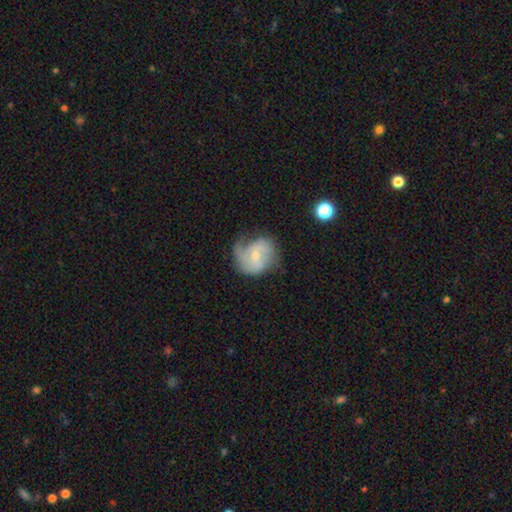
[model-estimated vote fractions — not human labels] smooth_or_featured: featured or disk (p=0.67) [alt: smooth p=0.26]
disk_edge_on: no (p=0.98) [alt: yes p=0.02]
bar: no (p=0.49) [alt: weak p=0.42]
has_spiral_arms: yes (p=0.88) [alt: no p=0.12]
spiral_winding: medium (p=0.43) [alt: loose p=0.33]
spiral_arm_count: 2 (p=0.54) [alt: can't tell p=0.17]
bulge_size: small (p=0.63) [alt: moderate p=0.32]
merging: none (p=0.49) [alt: minor disturbance p=0.29]